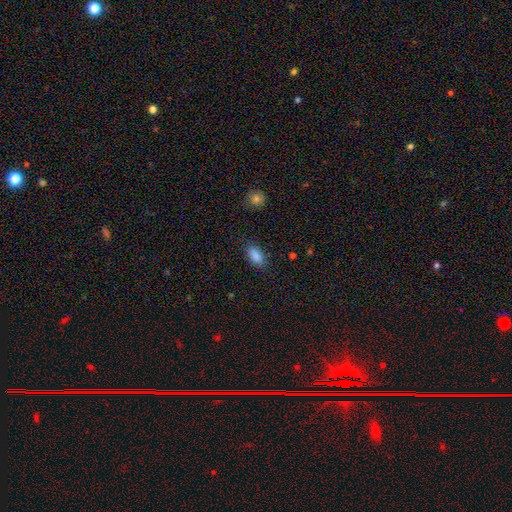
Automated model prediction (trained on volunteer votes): Morphology: type=smooth (88%); roundness=in between (89%); merging=none (84%).